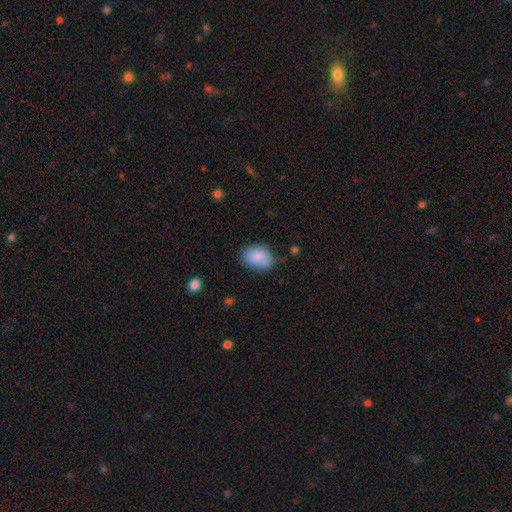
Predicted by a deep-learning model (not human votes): This appears to be a smooth galaxy with no disk features (84%) that is in between round and cigar-shaped (81%). Merging: none (72%).